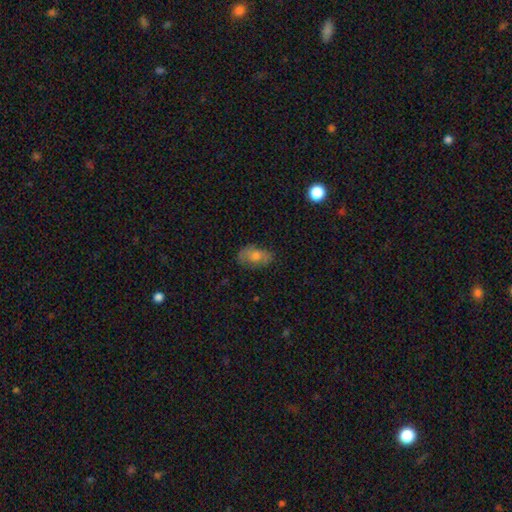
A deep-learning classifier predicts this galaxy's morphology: Smooth or featured? Predicted: smooth (p=0.57). How rounded? Predicted: in between (p=0.85). Merging? Predicted: none (p=0.70).